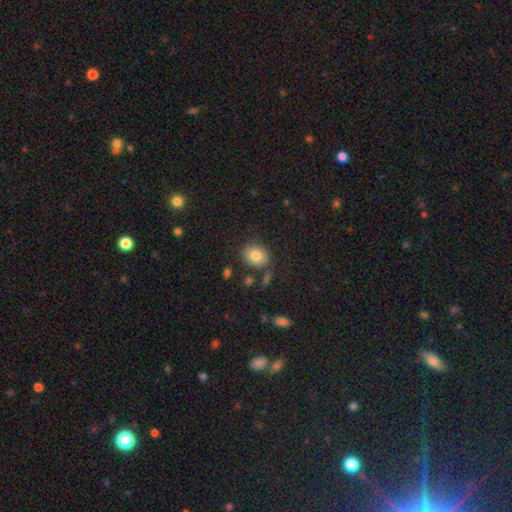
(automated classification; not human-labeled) Q: Smooth or featured?
A: smooth (81%); runner-up: featured or disk (10%)
Q: How rounded?
A: in between (58%); runner-up: round (41%)
Q: Merging?
A: none (79%); runner-up: minor disturbance (13%)